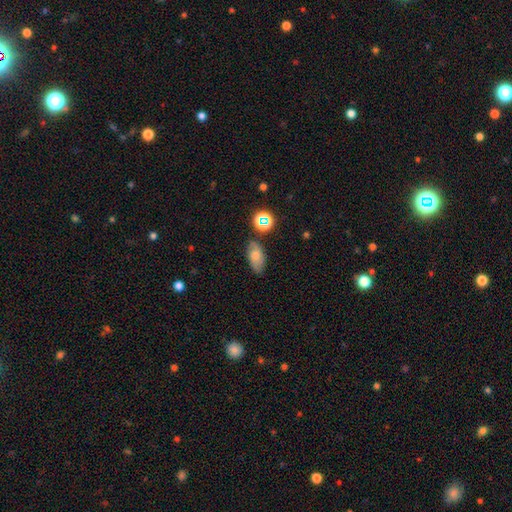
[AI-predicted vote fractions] This is likely a smooth galaxy (63%). How rounded: clearly in between (86%). Merging: likely none (71%).